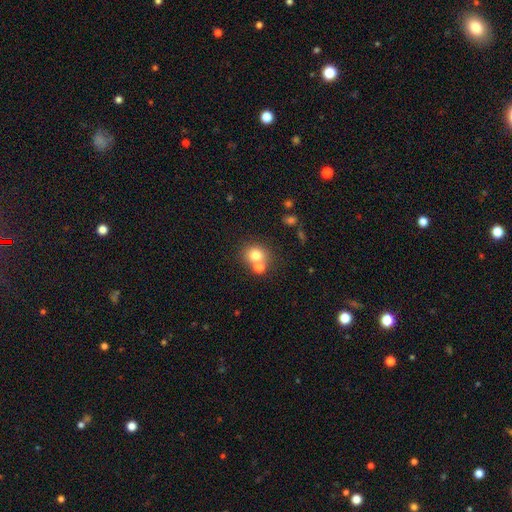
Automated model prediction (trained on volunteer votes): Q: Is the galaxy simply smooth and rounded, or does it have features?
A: smooth — 75%.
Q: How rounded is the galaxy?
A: round — 82%.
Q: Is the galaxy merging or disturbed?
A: none — 56%.